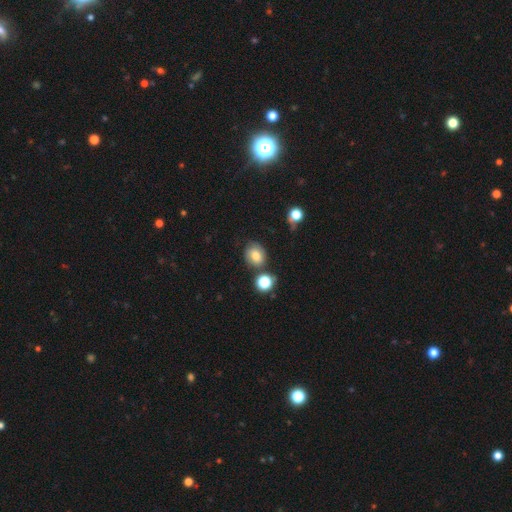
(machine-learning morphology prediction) This appears to be a smooth galaxy with no disk features (73%) that is round (60%). Merging: none (68%).